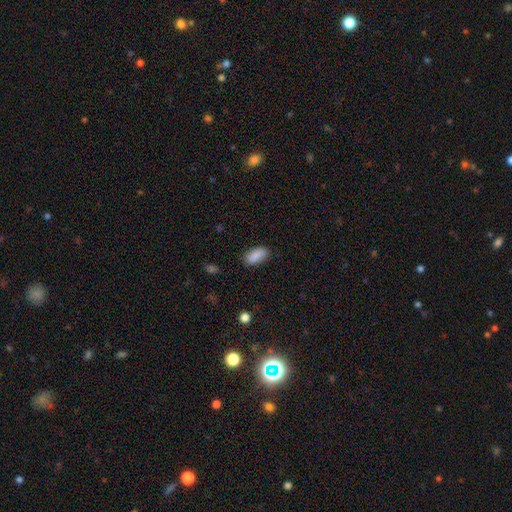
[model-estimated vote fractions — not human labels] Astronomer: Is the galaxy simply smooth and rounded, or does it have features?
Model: smooth — 87%.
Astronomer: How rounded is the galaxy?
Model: in between — 92%.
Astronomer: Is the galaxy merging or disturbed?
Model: none — 83%.